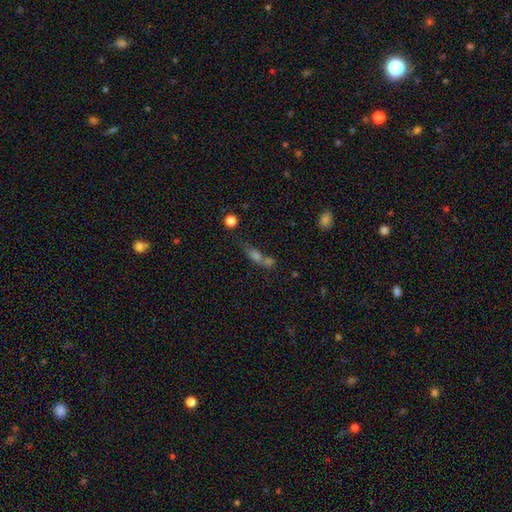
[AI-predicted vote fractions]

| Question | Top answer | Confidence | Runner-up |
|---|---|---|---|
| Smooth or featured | smooth | 61% | featured or disk (20%) |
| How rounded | in between | 50% | cigar-shaped (33%) |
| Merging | merger | 44% | none (35%) |